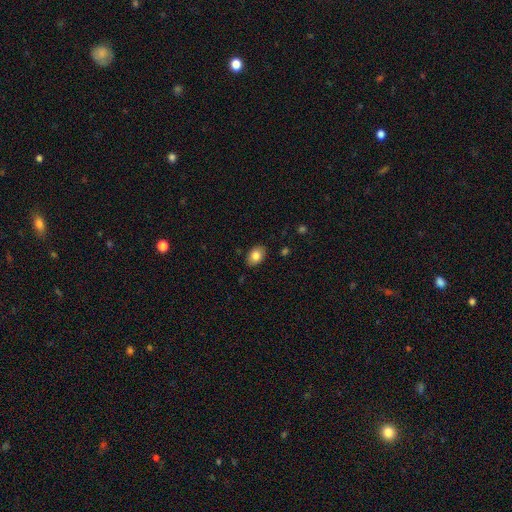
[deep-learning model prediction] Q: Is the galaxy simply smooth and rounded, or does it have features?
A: smooth — 83%.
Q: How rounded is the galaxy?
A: in between — 82%.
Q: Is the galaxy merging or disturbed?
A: none — 86%.